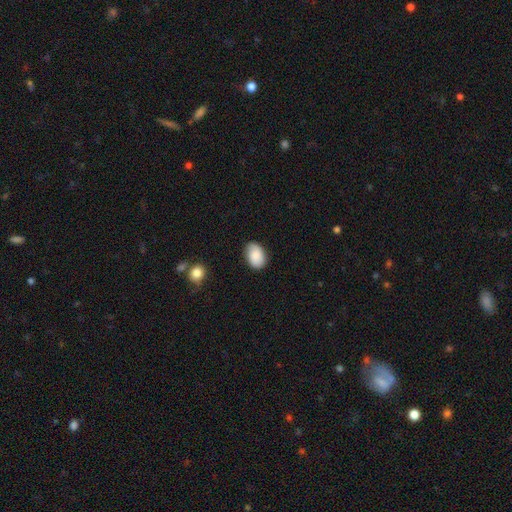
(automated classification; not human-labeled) Overall: smooth (86%). How rounded: in between (84%). Merging: none (79%).